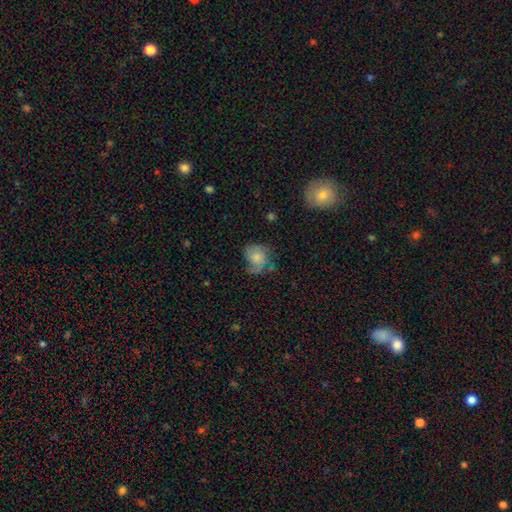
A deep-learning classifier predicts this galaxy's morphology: This is likely a smooth galaxy (61%). How rounded: possibly round (58%). Merging: marginally none (40%).